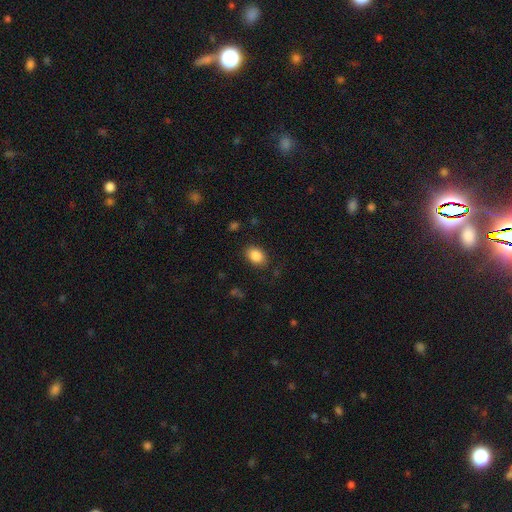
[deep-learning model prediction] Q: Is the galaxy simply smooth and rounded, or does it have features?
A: smooth — 87%.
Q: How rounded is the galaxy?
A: in between — 80%.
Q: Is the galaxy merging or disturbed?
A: none — 85%.